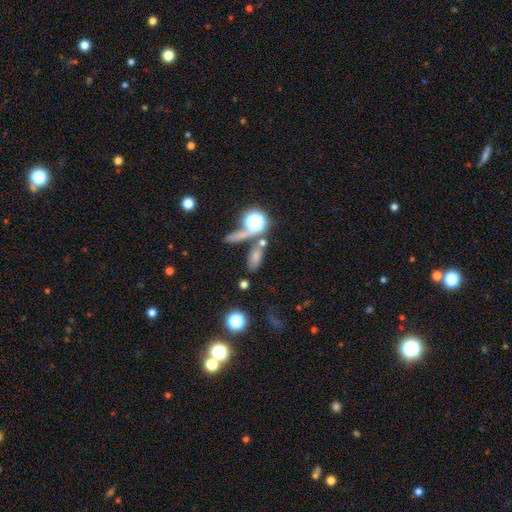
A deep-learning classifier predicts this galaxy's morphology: The model was most divided on "how rounded": in between: 60%, cigar-shaped: 26%, round: 14%. More confident: smooth or featured — smooth (67%); merging — none (60%).